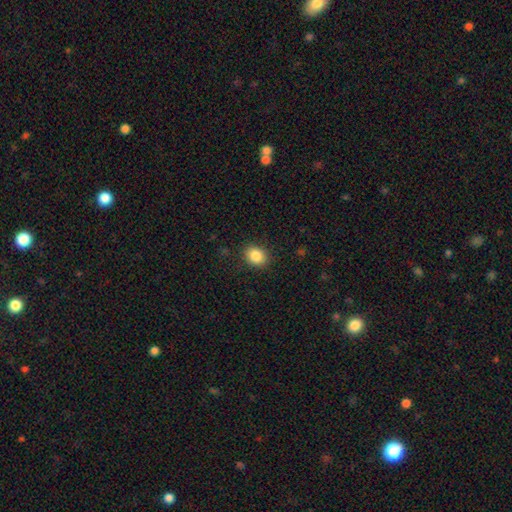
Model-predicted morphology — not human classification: A smooth galaxy with no disk features (86%) that is in between round and cigar-shaped (51%). Merging: none (88%).